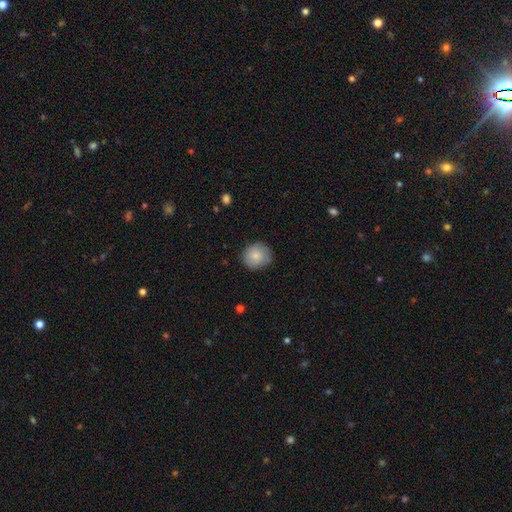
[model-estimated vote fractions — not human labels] Smooth or featured?
  - smooth: 80% *
  - featured or disk: 13%
  - star or artifact: 7%
How rounded?
  - round: 89% *
  - in between: 10%
  - cigar-shaped: 1%
Merging?
  - none: 78% *
  - minor disturbance: 17%
  - major disturbance: 4%
  - merger: 1%